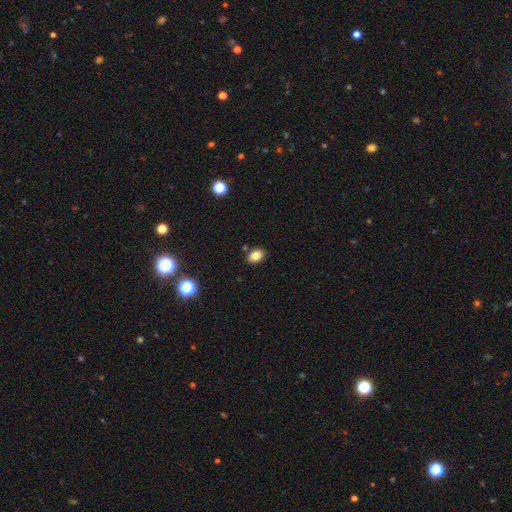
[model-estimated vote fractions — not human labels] smooth-or-featured: smooth: 83% | star or artifact: 10% | featured or disk: 7%
  how-rounded: in between: 77% | round: 22% | cigar-shaped: 1%
  merging: none: 85% | minor disturbance: 9% | merger: 4% | major disturbance: 2%